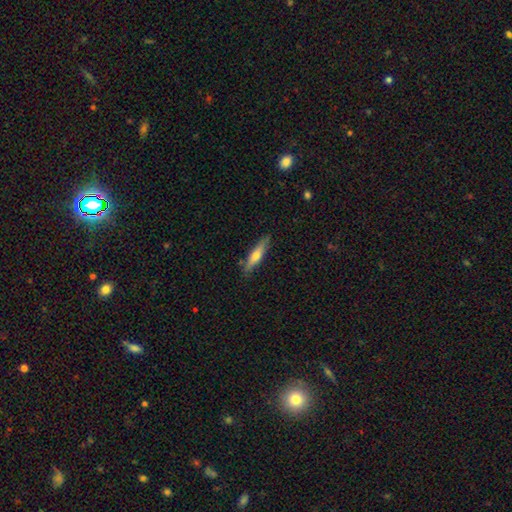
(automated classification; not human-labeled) Smooth or featured: smooth — 54% (featured or disk — 40%)
How rounded: cigar-shaped — 81% (in between — 17%)
Merging: none — 84% (minor disturbance — 12%)